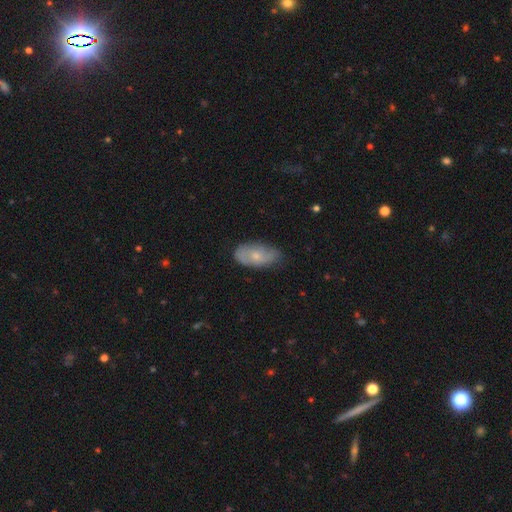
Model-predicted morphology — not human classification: A smooth galaxy with no disk features (53%) that is in between round and cigar-shaped (91%). Merging: none (70%).